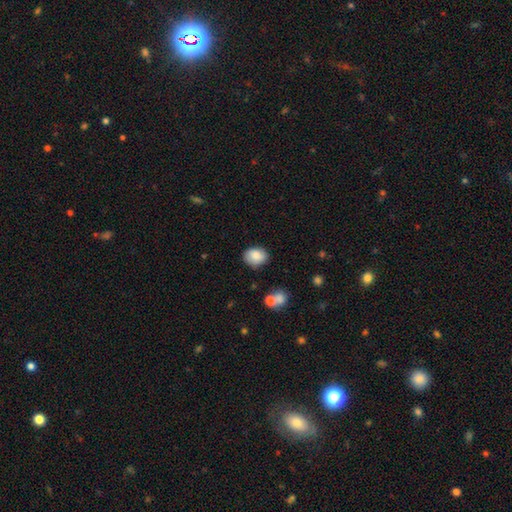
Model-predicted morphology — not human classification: Smooth or featured? smooth (84%)
How rounded? in between (61%)
Merging? none (80%)